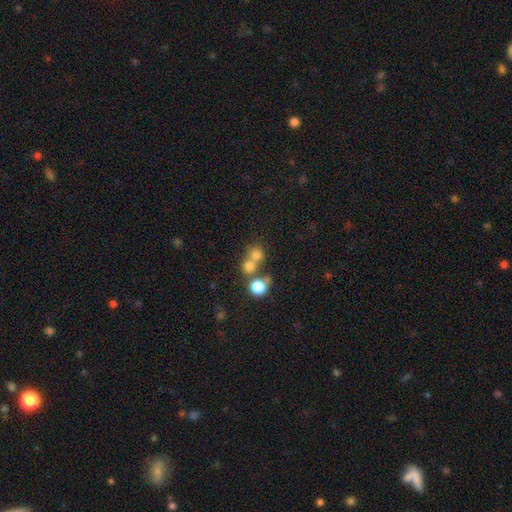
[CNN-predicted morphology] smooth-or-featured: smooth: 72% | star or artifact: 16% | featured or disk: 12%
  how-rounded: round: 83% | in between: 16% | cigar-shaped: 1%
  merging: merger: 47% | none: 42% | minor disturbance: 7% | major disturbance: 4%